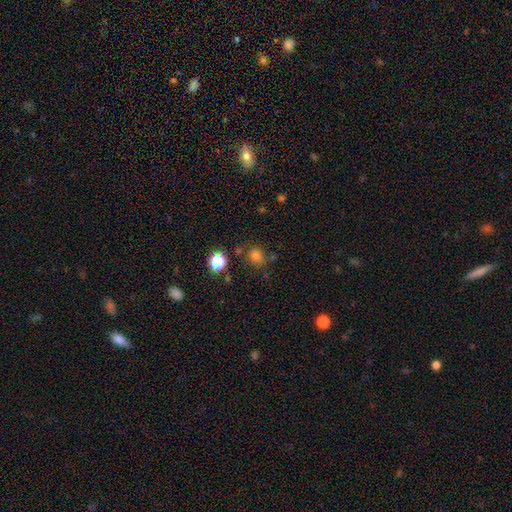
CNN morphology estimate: smooth-or-featured: smooth: 76% | star or artifact: 18% | featured or disk: 6%
  how-rounded: round: 74% | in between: 25% | cigar-shaped: 1%
  merging: none: 74% | minor disturbance: 14% | merger: 7% | major disturbance: 4%